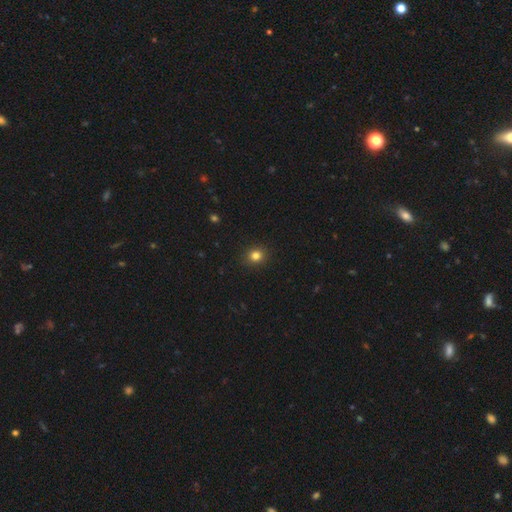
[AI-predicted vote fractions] Smooth or featured: smooth — 82% (star or artifact — 13%)
How rounded: round — 80% (in between — 19%)
Merging: none — 91% (minor disturbance — 6%)